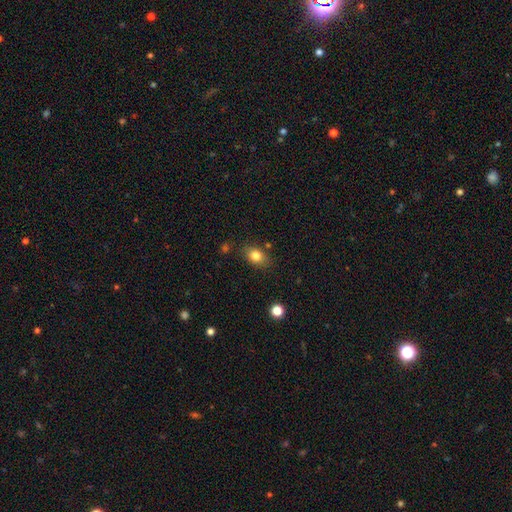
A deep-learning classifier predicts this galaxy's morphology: This appears to be a smooth galaxy with no disk features (82%) that is in between round and cigar-shaped (73%). Merging: none (79%).